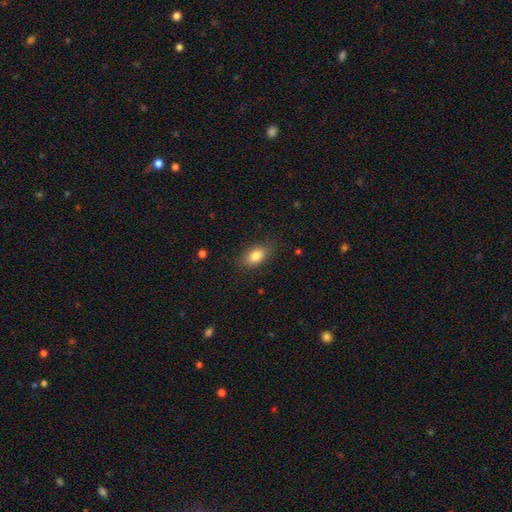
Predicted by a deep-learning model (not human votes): This appears to be a smooth galaxy with no disk features (82%) that is in between round and cigar-shaped (86%). Merging: none (82%).